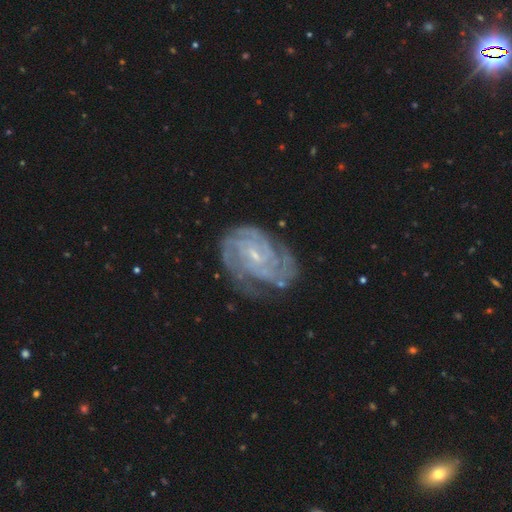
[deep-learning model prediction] This appears to be a featured or disk galaxy (87%) with no bar (47%), tight (68%) spiral arms (97%) and a small central bulge (78%). Merging: none (66%).